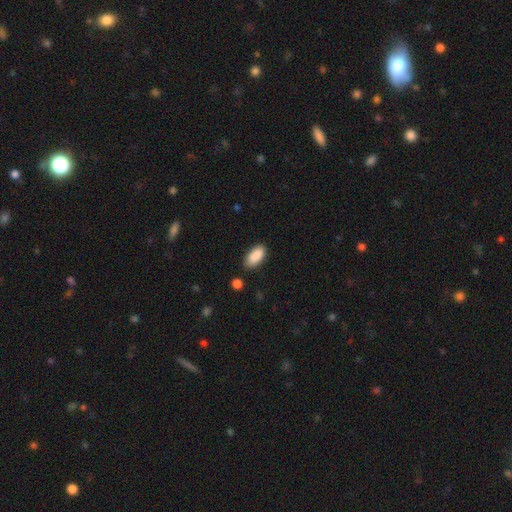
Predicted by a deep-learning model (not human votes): Smooth or featured? Predicted: smooth (p=0.90). How rounded? Predicted: in between (p=0.91). Merging? Predicted: none (p=0.82).